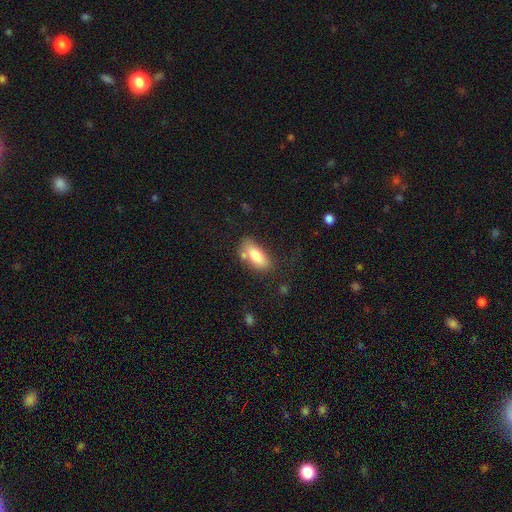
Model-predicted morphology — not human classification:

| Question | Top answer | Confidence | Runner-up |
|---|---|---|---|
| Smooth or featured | smooth | 79% | featured or disk (14%) |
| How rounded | in between | 85% | cigar-shaped (12%) |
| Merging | none | 58% | minor disturbance (22%) |